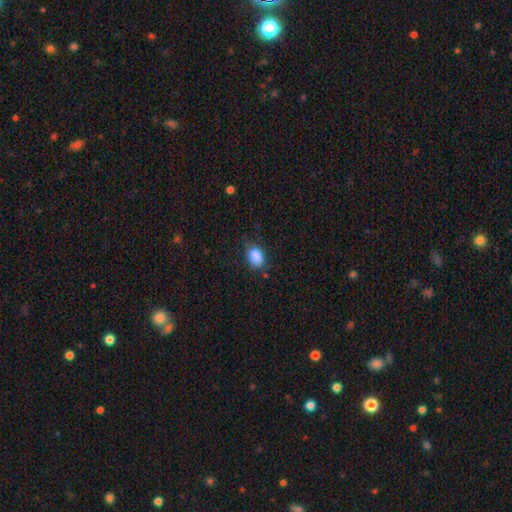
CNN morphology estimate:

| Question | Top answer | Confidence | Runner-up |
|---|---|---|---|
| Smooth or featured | smooth | 87% | star or artifact (9%) |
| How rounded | in between | 76% | round (23%) |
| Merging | none | 70% | minor disturbance (23%) |